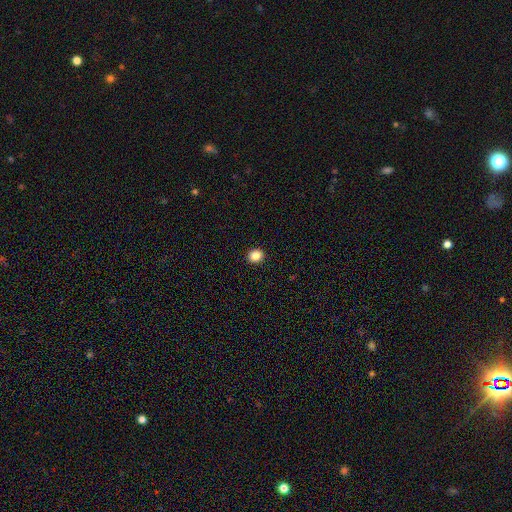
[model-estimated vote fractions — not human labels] Smooth or featured? smooth (85%)
How rounded? round (79%)
Merging? none (93%)